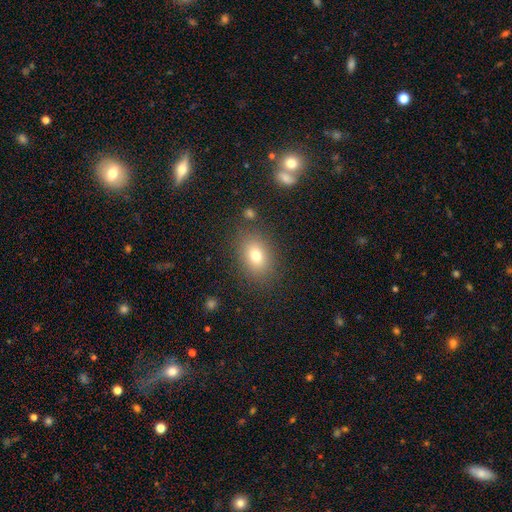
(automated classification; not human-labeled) smooth-or-featured: smooth: 76% | featured or disk: 12% | star or artifact: 12%
  how-rounded: in between: 75% | round: 24% | cigar-shaped: 1%
  merging: none: 83% | minor disturbance: 11% | major disturbance: 4% | merger: 2%